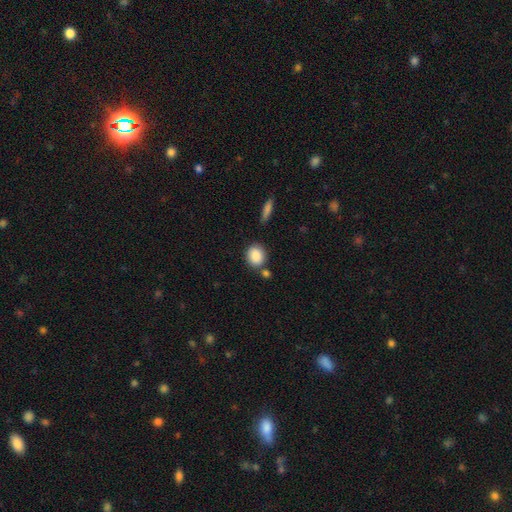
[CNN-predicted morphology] Overall: smooth (87%). How rounded: round (57%; in between 41%). Merging: none (71%).